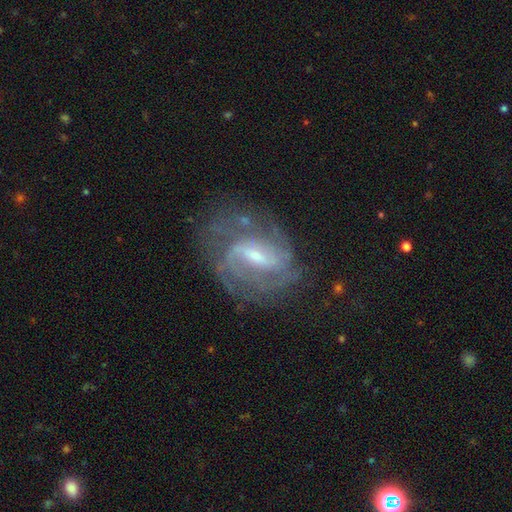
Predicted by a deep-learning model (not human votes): Smooth or featured? Predicted: featured or disk (p=0.86). Edge-on disk? Predicted: no (p=0.96). Bar? Predicted: weak (p=0.47). Spiral arms? Predicted: yes (p=0.93). Spiral winding? Predicted: medium (p=0.44). Spiral arm count? Predicted: 2 (p=0.47). Bulge size? Predicted: small (p=0.58). Merging? Predicted: none (p=0.64).